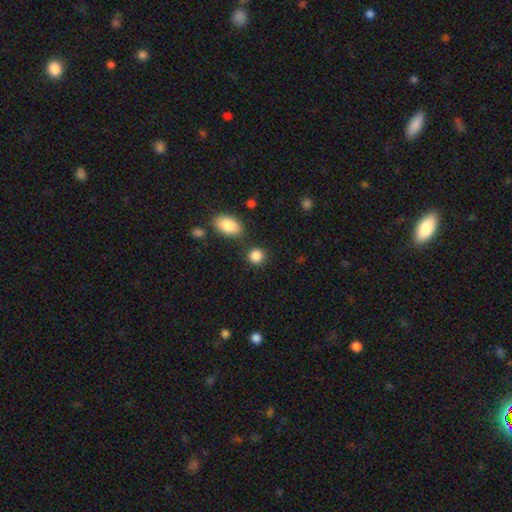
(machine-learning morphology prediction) Smooth or featured? smooth (87%)
How rounded? round (79%)
Merging? none (80%)